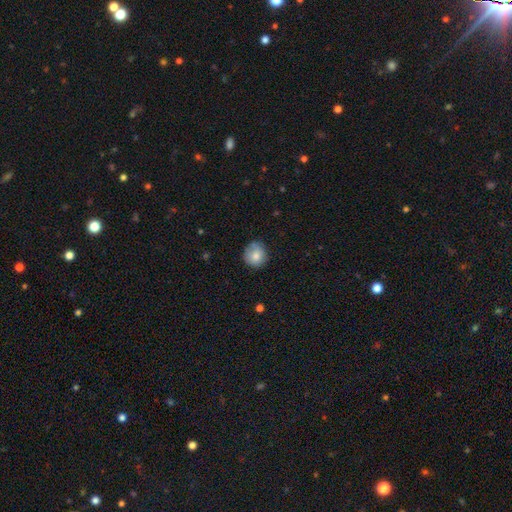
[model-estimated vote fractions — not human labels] Q: Smooth or featured?
A: smooth (80%); runner-up: featured or disk (12%)
Q: How rounded?
A: round (89%); runner-up: in between (10%)
Q: Merging?
A: none (75%); runner-up: minor disturbance (19%)